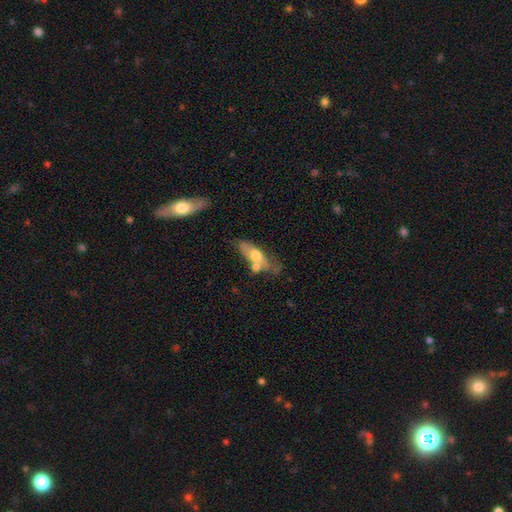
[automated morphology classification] Smooth or featured? smooth (52%)
How rounded? in between (63%)
Merging? none (41%)